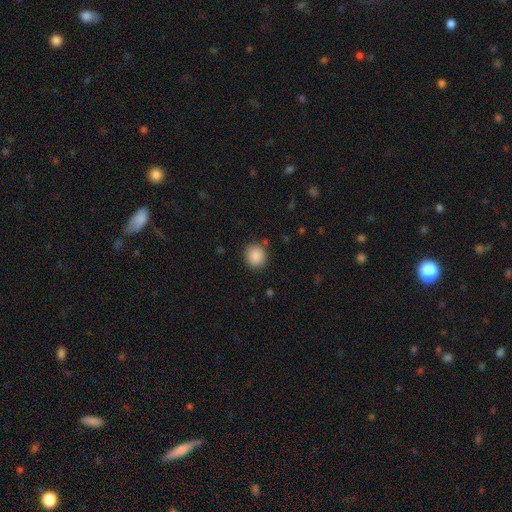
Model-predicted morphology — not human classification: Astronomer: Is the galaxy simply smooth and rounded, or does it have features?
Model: smooth — 88%.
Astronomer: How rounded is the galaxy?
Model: round — 82%.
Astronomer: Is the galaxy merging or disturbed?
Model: none — 86%.